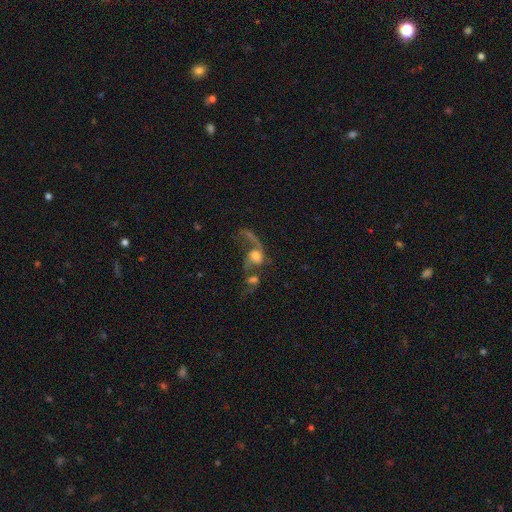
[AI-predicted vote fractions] Smooth or featured: featured or disk — 63% (smooth — 27%)
Edge-on disk: no — 95% (yes — 5%)
Bar: no — 70% (weak — 24%)
Spiral arms: yes — 77% (no — 23%)
Bulge size: moderate — 50% (large — 26%)
Merging: merger — 57% (major disturbance — 22%)